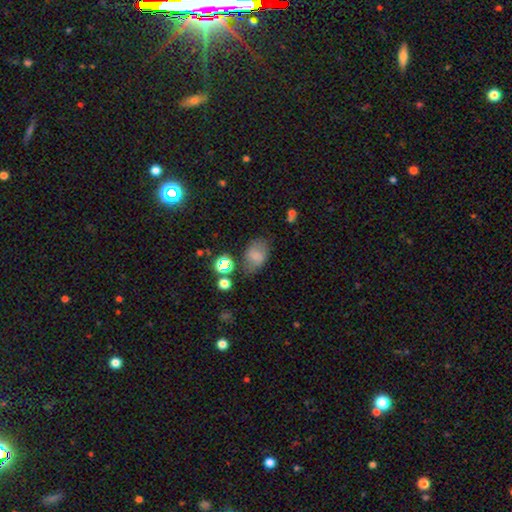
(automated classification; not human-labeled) A smooth galaxy with no disk features (73%) that is in between round and cigar-shaped (81%).

Vote fractions:
- Smooth or featured? smooth: 73% / star or artifact: 14% / featured or disk: 13%
- How rounded? in between: 81% / round: 18% / cigar-shaped: 1%
- Merging? none: 63% / minor disturbance: 23% / major disturbance: 9% / merger: 5%